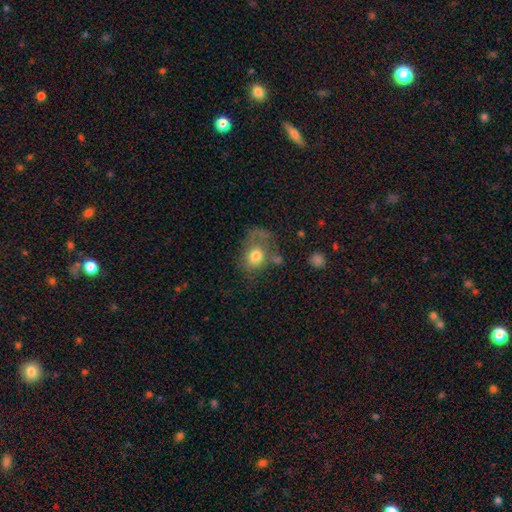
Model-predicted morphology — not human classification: smooth 67%, featured or disk 24%, star or artifact 9%. Down the decision tree: how rounded — in between (50%); merging — major disturbance (35%).